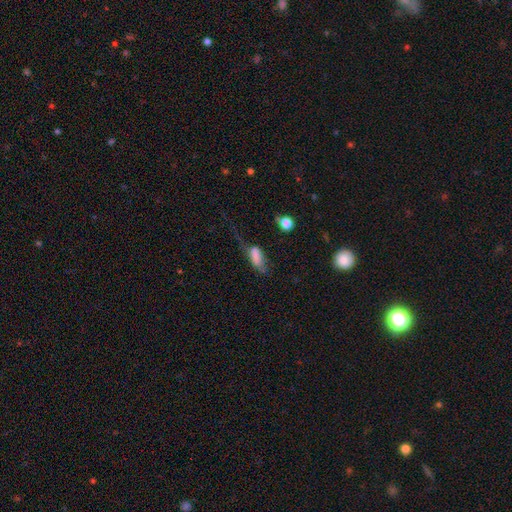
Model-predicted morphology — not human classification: Smooth or featured?
  - smooth: 69% *
  - featured or disk: 20%
  - star or artifact: 11%
How rounded?
  - in between: 78% *
  - cigar-shaped: 17%
  - round: 5%
Merging?
  - major disturbance: 52% *
  - minor disturbance: 22%
  - none: 19%
  - merger: 7%